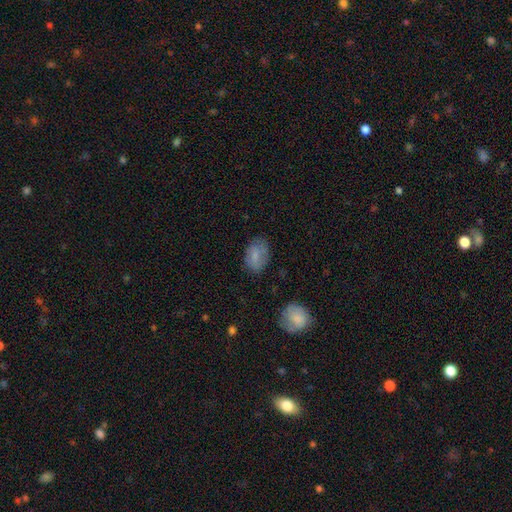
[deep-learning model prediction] This appears to be a smooth galaxy with no disk features (76%) that is in between round and cigar-shaped (86%). Merging: none (72%).